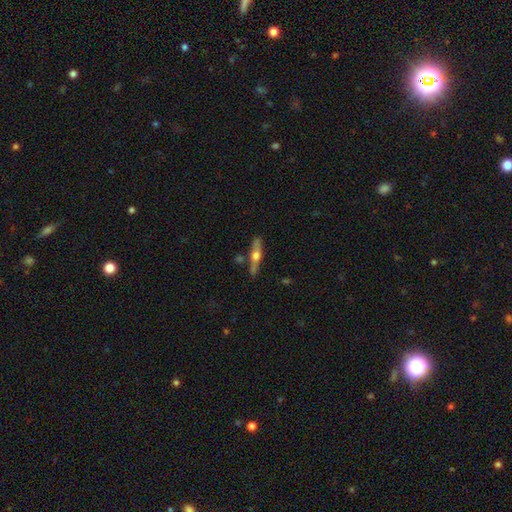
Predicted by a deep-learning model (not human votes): featured or disk 60%, smooth 34%, star or artifact 6%. Down the decision tree: edge-on disk — yes (92%); edge-on bulge — rounded (93%); merging — none (80%).